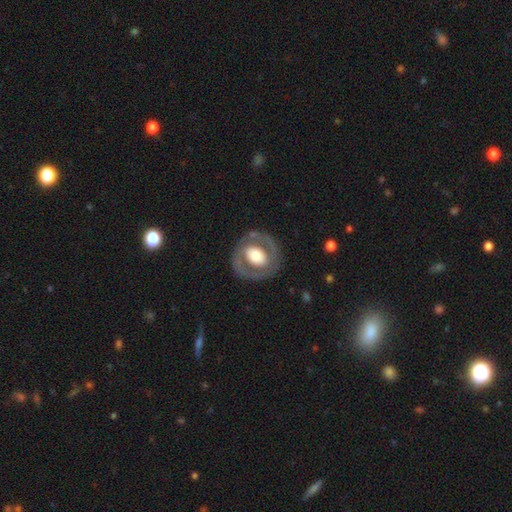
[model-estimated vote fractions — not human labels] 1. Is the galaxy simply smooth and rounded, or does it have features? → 62% featured or disk, 33% smooth, 5% star or artifact.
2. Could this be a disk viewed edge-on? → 96% no, 4% yes.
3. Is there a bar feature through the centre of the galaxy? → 61% no, 23% weak, 15% strong.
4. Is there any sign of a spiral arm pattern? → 63% no, 37% yes.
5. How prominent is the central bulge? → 49% large, 38% moderate, 7% dominant, 6% small, 2% none.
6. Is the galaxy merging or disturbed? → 80% none, 12% minor disturbance, 7% major disturbance, 2% merger.